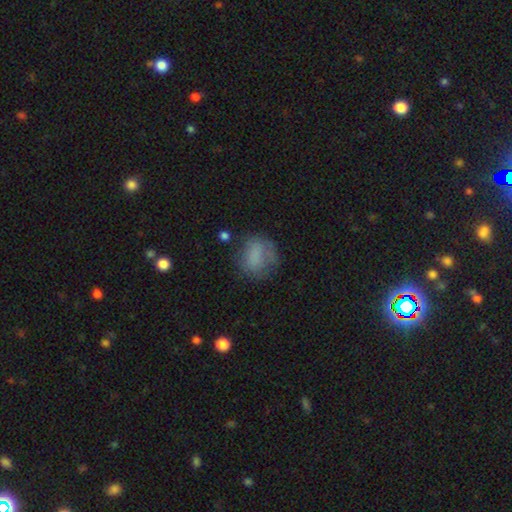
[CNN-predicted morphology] smooth-or-featured: smooth: 74% | featured or disk: 16% | star or artifact: 11%
  how-rounded: round: 60% | in between: 39% | cigar-shaped: 1%
  merging: none: 55% | minor disturbance: 25% | major disturbance: 17% | merger: 3%